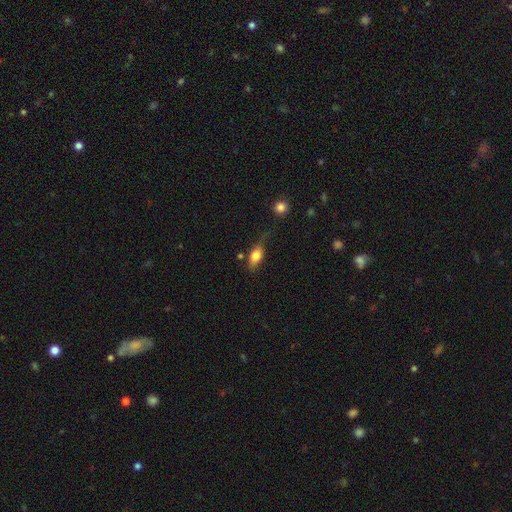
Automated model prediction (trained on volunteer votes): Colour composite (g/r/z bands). It shows a smooth galaxy with no disk features (74%) that is in between round and cigar-shaped (80%). Merging: none (48%).